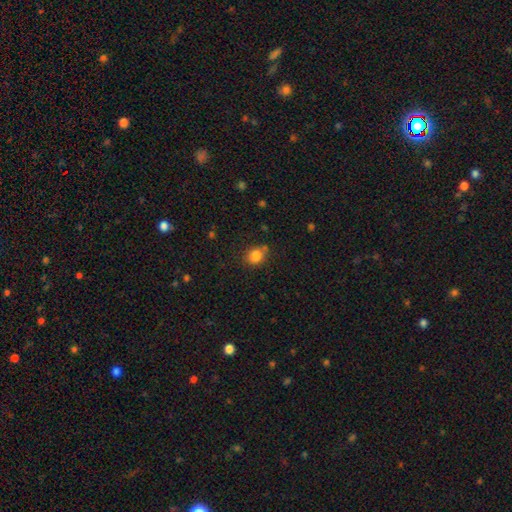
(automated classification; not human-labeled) Morphology: type=smooth (84%); roundness=round (56%); merging=none (73%).